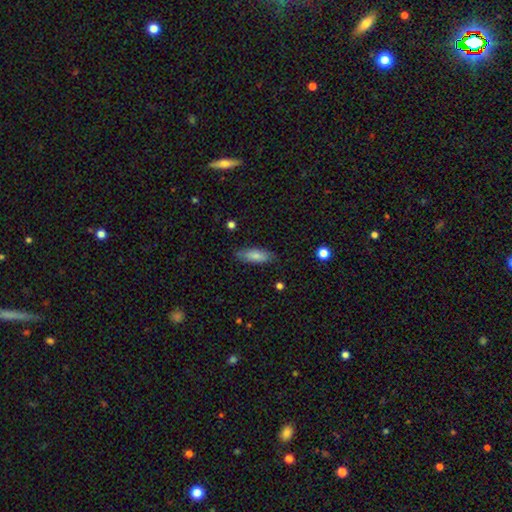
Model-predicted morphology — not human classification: Overall: smooth (79%). How rounded: in between (66%; cigar-shaped 32%). Merging: none (81%).